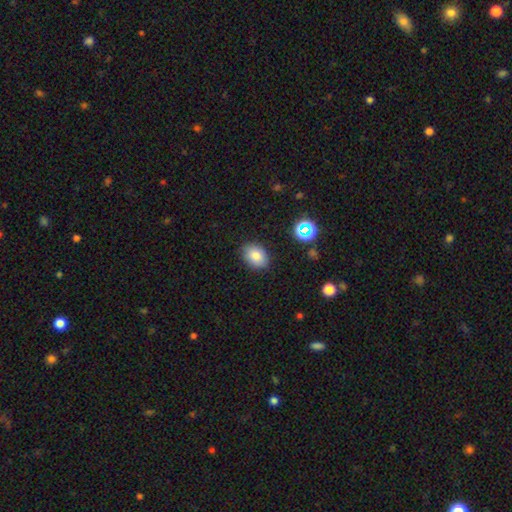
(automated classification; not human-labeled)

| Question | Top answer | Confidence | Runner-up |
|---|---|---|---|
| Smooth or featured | smooth | 82% | star or artifact (10%) |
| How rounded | in between | 73% | round (26%) |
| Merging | none | 85% | minor disturbance (11%) |